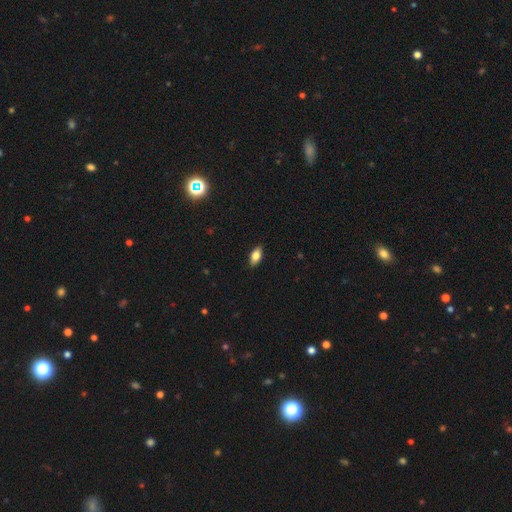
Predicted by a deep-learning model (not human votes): The model was most divided on "smooth or featured": smooth: 81%, featured or disk: 12%, star or artifact: 8%. More confident: how rounded — in between (90%); merging — none (88%).